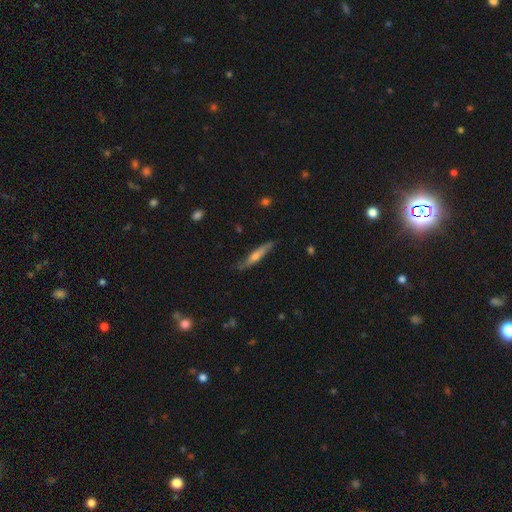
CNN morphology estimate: smooth 56%, featured or disk 38%, star or artifact 6%. Down the decision tree: how rounded — cigar-shaped (91%); merging — none (78%).